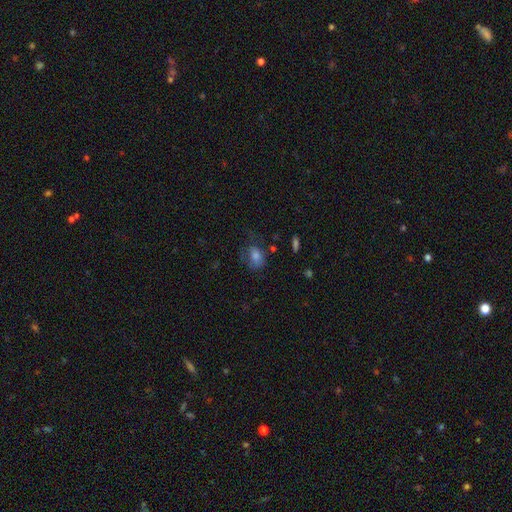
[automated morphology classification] This is likely a smooth galaxy (65%). How rounded: likely in between (69%). Merging: possibly none (47%).